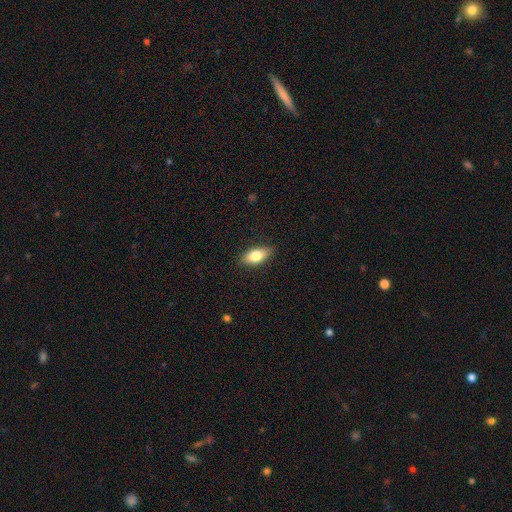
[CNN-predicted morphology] Smooth or featured? Predicted: smooth (p=0.80). How rounded? Predicted: in between (p=0.88). Merging? Predicted: none (p=0.87).